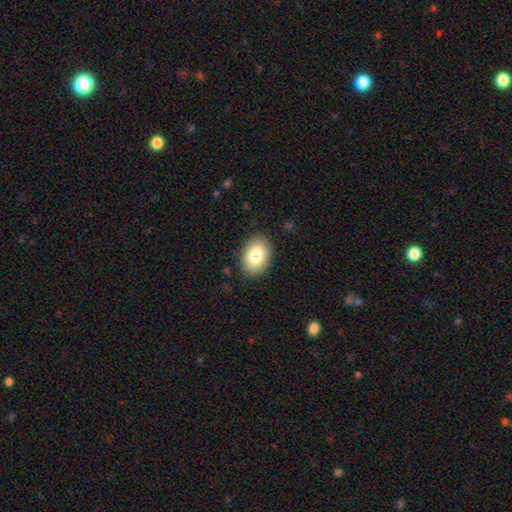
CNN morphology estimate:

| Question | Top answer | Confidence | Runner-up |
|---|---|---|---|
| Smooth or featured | smooth | 84% | featured or disk (9%) |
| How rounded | in between | 83% | round (16%) |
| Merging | none | 87% | minor disturbance (9%) |